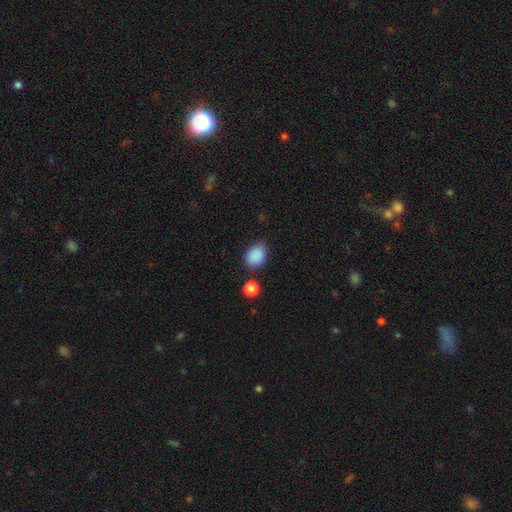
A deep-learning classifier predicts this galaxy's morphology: This is clearly a smooth galaxy (88%). How rounded: likely in between (70%). Merging: likely none (73%).